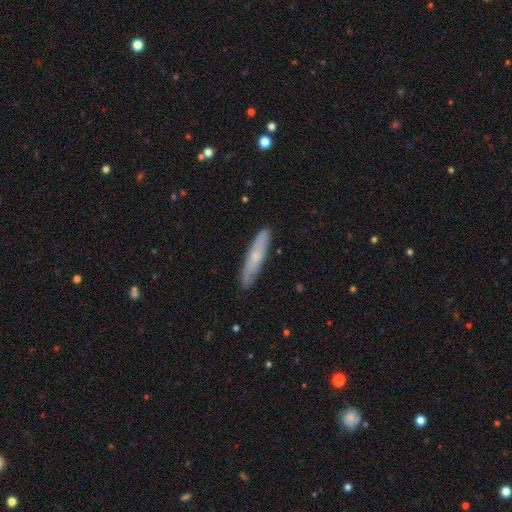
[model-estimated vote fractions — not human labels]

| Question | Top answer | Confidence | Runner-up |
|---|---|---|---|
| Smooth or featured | smooth | 54% | featured or disk (40%) |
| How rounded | cigar-shaped | 89% | in between (10%) |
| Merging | none | 87% | minor disturbance (10%) |